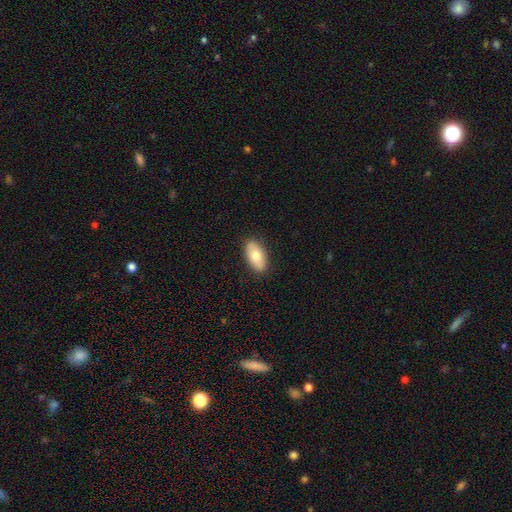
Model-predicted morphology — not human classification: smooth_or_featured: smooth (p=0.74) [alt: featured or disk p=0.20]
how_rounded: in between (p=0.92) [alt: cigar-shaped p=0.05]
merging: none (p=0.87) [alt: minor disturbance p=0.10]